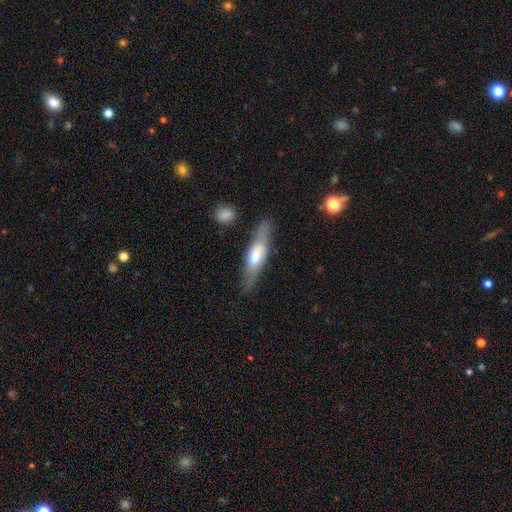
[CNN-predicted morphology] featured or disk 50%, smooth 44%, star or artifact 6%. Down the decision tree: merging — none (77%).